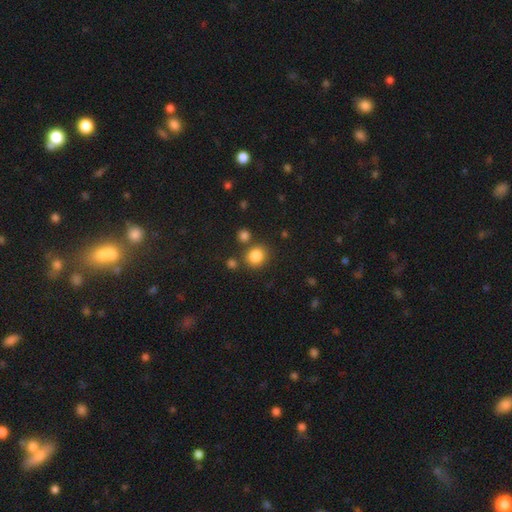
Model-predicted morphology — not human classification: Overall: smooth (84%). How rounded: round (77%). Merging: none (76%).